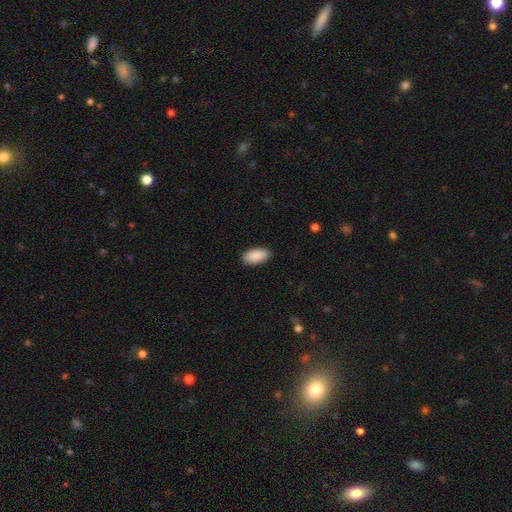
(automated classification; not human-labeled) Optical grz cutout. It shows a smooth galaxy with no disk features (91%) that is in between round and cigar-shaped (94%). Merging: none (90%).